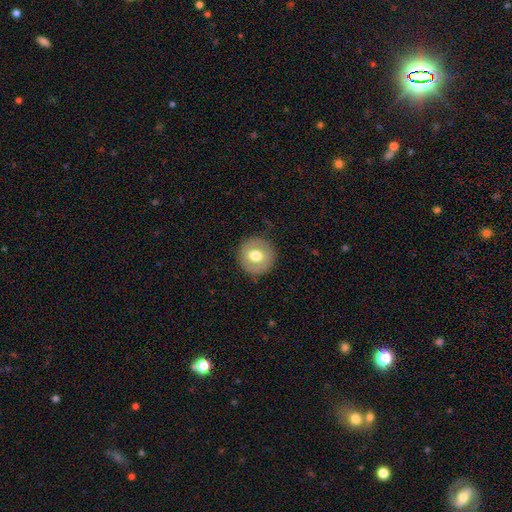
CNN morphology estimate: Smooth or featured: smooth — 65% (featured or disk — 27%)
How rounded: round — 94% (in between — 5%)
Merging: none — 89% (minor disturbance — 8%)